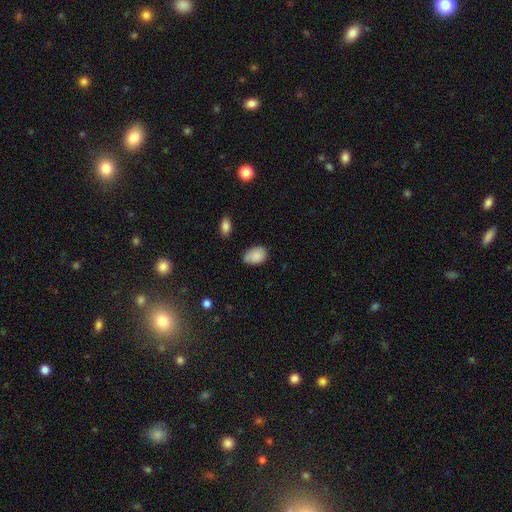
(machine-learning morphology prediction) smooth 87%, star or artifact 8%, featured or disk 6%. Down the decision tree: how rounded — in between (87%); merging — none (64%).